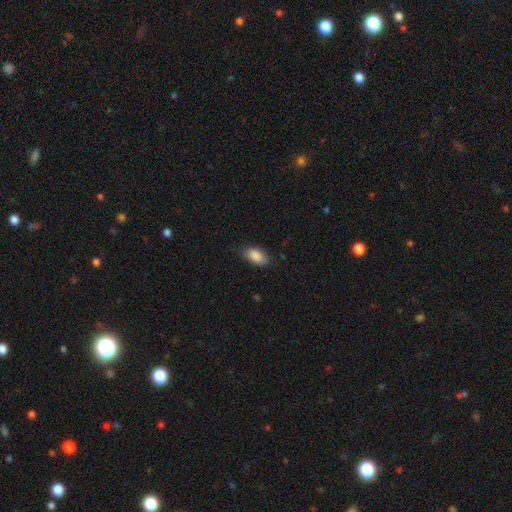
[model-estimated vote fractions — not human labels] This is clearly a smooth galaxy (88%). How rounded: clearly in between (93%). Merging: clearly none (81%).